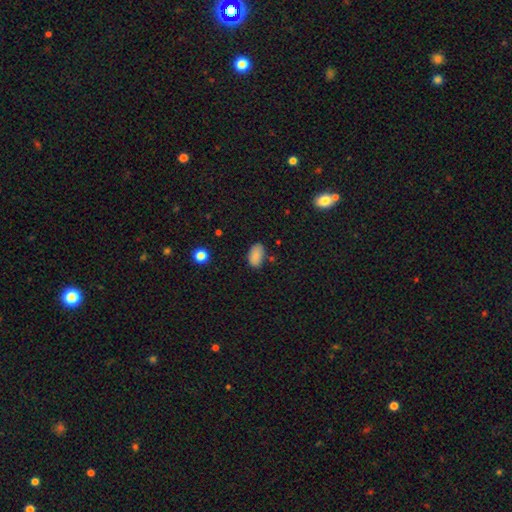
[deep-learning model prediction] smooth-or-featured: smooth: 86% | star or artifact: 9% | featured or disk: 5%
  how-rounded: in between: 93% | round: 6% | cigar-shaped: 1%
  merging: none: 78% | minor disturbance: 16% | major disturbance: 3% | merger: 3%